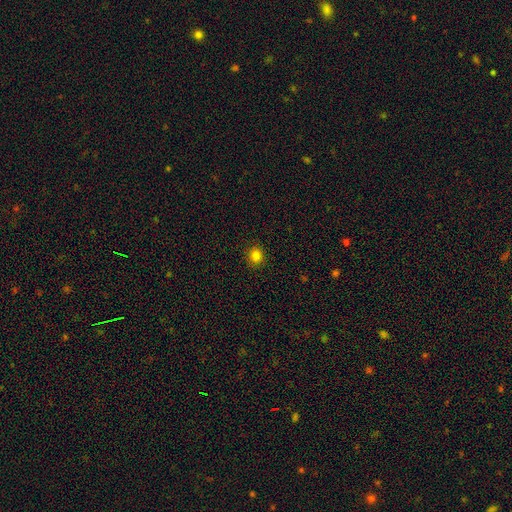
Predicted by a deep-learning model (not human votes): This appears to be a smooth galaxy with no disk features (82%) that is round (84%). Merging: none (91%).